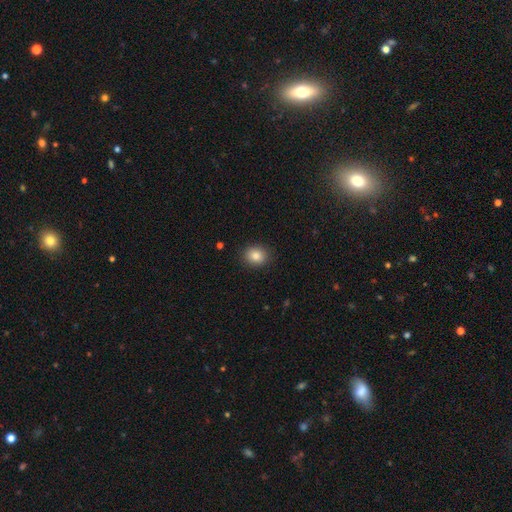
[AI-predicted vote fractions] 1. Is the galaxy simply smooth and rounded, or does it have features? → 84% smooth, 10% star or artifact, 6% featured or disk.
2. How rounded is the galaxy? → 62% round, 37% in between, 1% cigar-shaped.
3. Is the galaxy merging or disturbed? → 88% none, 8% minor disturbance, 2% major disturbance, 1% merger.